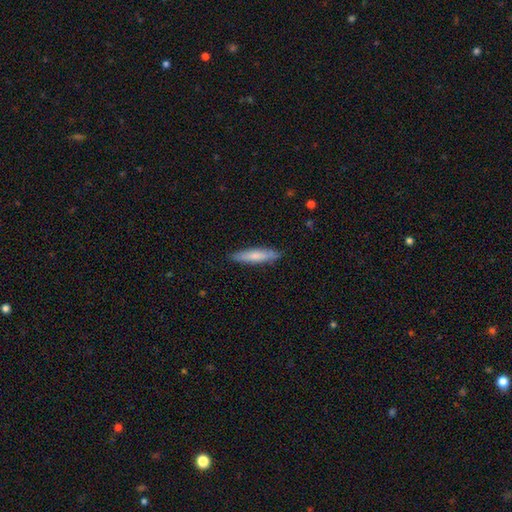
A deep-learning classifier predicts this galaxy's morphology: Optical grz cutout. It shows a smooth galaxy with no disk features (73%) that is cigar-shaped (83%). Merging: none (87%).